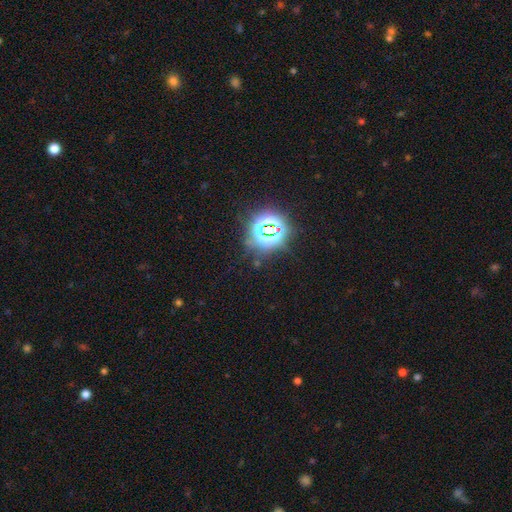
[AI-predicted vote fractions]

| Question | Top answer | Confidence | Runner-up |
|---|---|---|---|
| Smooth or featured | star or artifact | 85% | smooth (10%) |